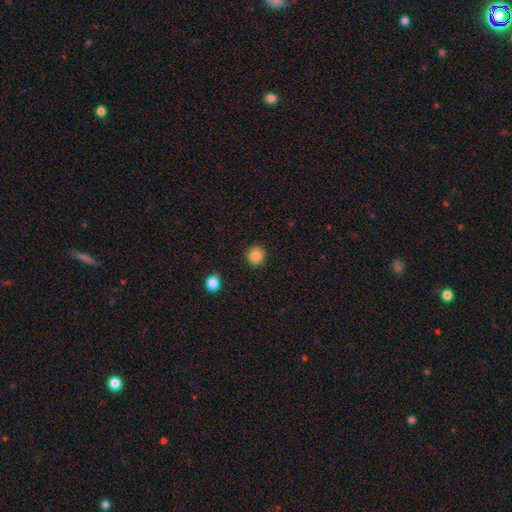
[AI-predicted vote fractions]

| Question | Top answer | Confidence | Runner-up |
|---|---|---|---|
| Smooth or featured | smooth | 86% | star or artifact (10%) |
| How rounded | round | 91% | in between (8%) |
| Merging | none | 91% | minor disturbance (6%) |